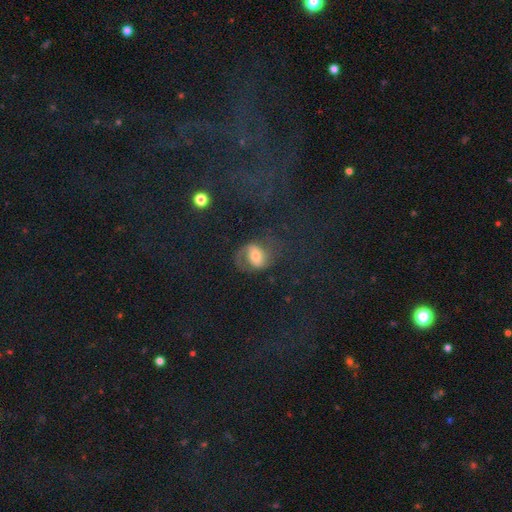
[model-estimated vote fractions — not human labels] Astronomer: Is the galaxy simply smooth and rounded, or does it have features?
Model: featured or disk — 48% (runner-up: smooth, 32%).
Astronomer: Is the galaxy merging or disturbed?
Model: none — 56%.